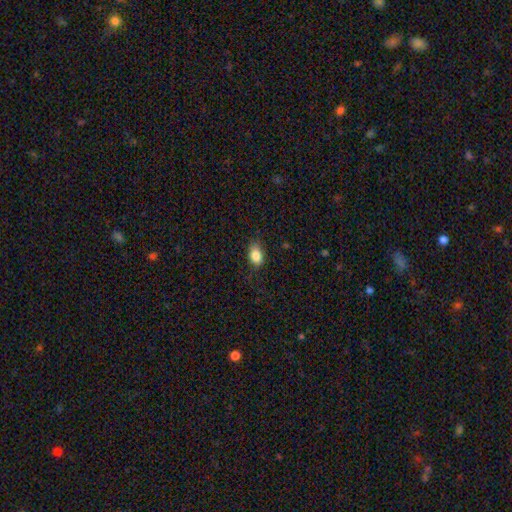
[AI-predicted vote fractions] Overall: smooth (85%). How rounded: in between (82%). Merging: none (74%).